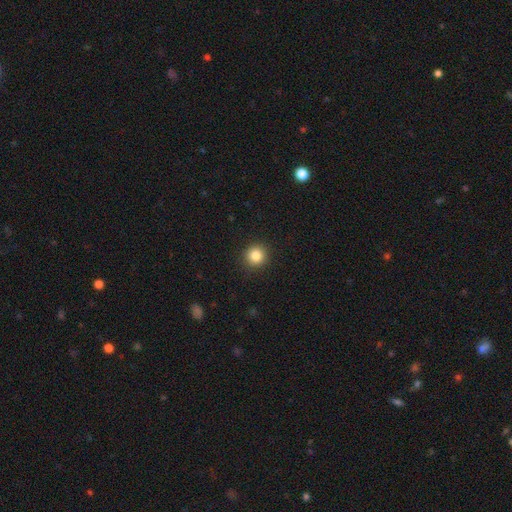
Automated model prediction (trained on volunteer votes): This is clearly a smooth galaxy (85%). How rounded: clearly round (94%). Merging: clearly none (91%).